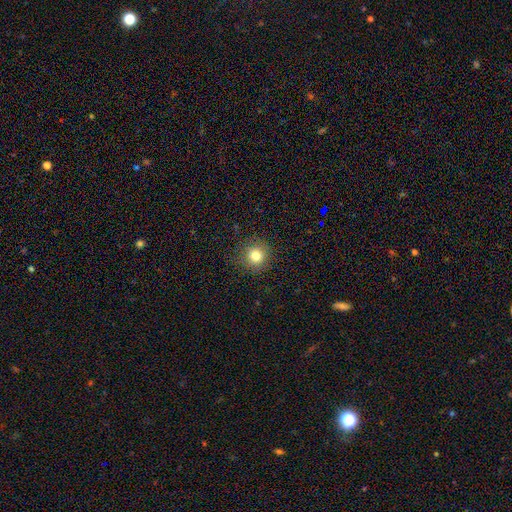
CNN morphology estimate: Q: Smooth or featured?
A: smooth (81%); runner-up: star or artifact (13%)
Q: How rounded?
A: round (94%); runner-up: in between (5%)
Q: Merging?
A: none (89%); runner-up: minor disturbance (8%)